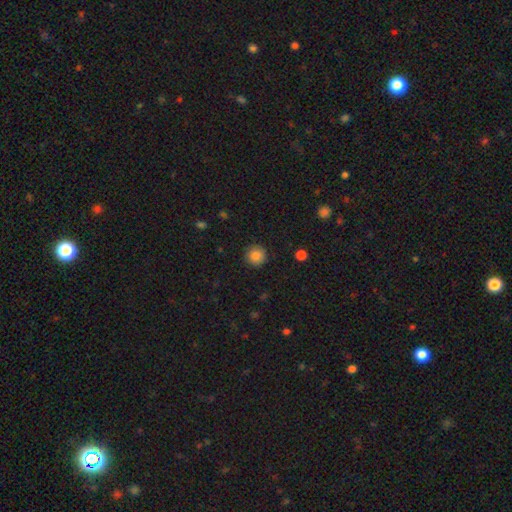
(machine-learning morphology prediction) type=smooth (84%); roundness=round (95%); merging=none (91%).